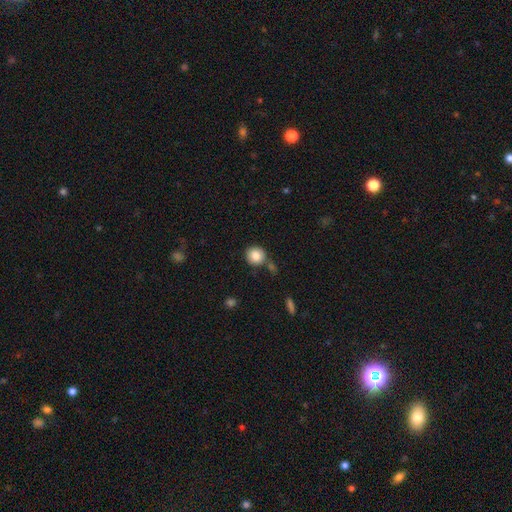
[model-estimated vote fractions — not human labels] Smooth or featured: smooth — 84% (star or artifact — 9%)
How rounded: round — 87% (in between — 12%)
Merging: none — 74% (merger — 12%)